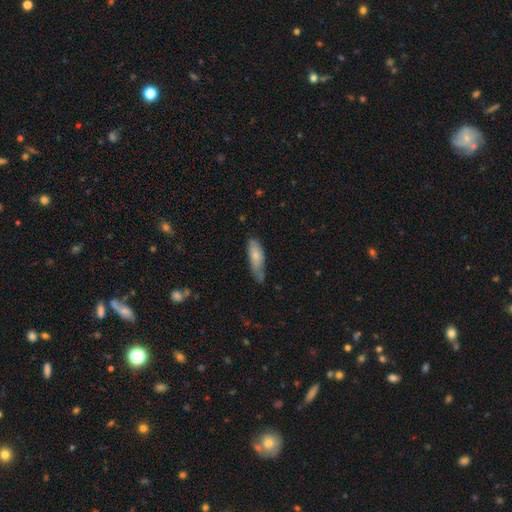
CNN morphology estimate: A smooth galaxy with no disk features (75%) that is in between round and cigar-shaped (57%).

Vote fractions:
- Smooth or featured? smooth: 75% / featured or disk: 19% / star or artifact: 6%
- How rounded? in between: 57% / cigar-shaped: 41% / round: 2%
- Merging? none: 46% / minor disturbance: 38% / major disturbance: 10% / merger: 6%